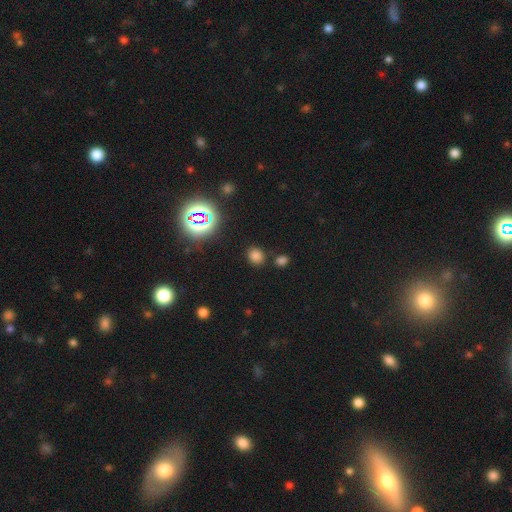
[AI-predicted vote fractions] The model was most divided on "how rounded": round: 60%, in between: 38%, cigar-shaped: 1%. More confident: merging — none (81%); smooth or featured — smooth (72%).